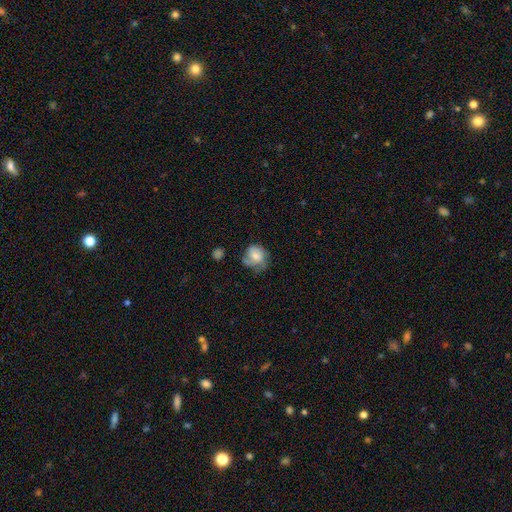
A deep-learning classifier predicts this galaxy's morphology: A smooth galaxy with no disk features (59%) that is round (67%). Merging: none (45%).